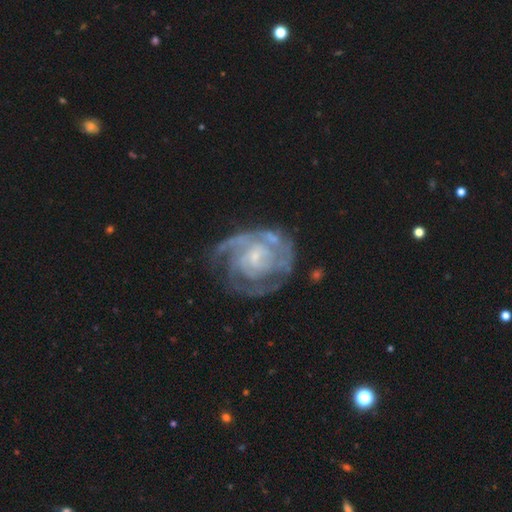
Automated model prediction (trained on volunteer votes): This appears to be a featured or disk galaxy (85%) with no bar (59%), tight (64%) spiral arms (92%) and a small central bulge (67%). Merging: none (59%).